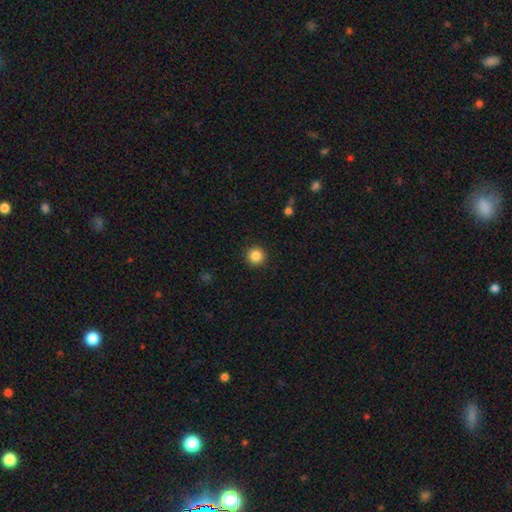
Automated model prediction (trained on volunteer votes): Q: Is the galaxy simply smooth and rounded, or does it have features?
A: smooth — 86%.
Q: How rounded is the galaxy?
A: round — 96%.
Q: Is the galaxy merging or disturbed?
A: none — 92%.